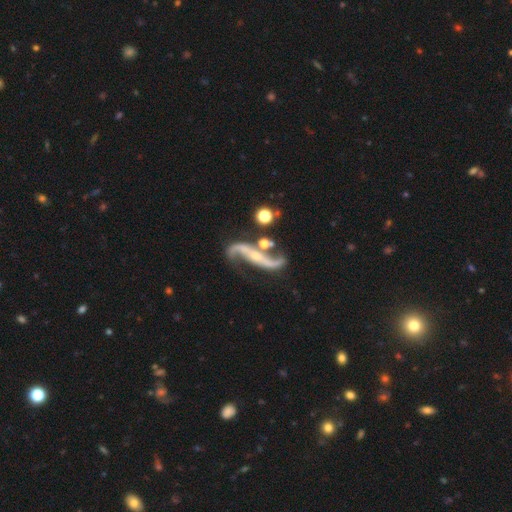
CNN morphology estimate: Q: Smooth or featured?
A: featured or disk (91%); runner-up: star or artifact (5%)
Q: Edge-on disk?
A: no (93%); runner-up: yes (7%)
Q: Bar?
A: no (39%); runner-up: strong (36%)
Q: Spiral arms?
A: yes (97%); runner-up: no (3%)
Q: Spiral winding?
A: loose (77%); runner-up: medium (17%)
Q: Spiral arm count?
A: 2 (94%); runner-up: 1 (2%)
Q: Bulge size?
A: small (66%); runner-up: moderate (27%)
Q: Merging?
A: none (61%); runner-up: minor disturbance (17%)